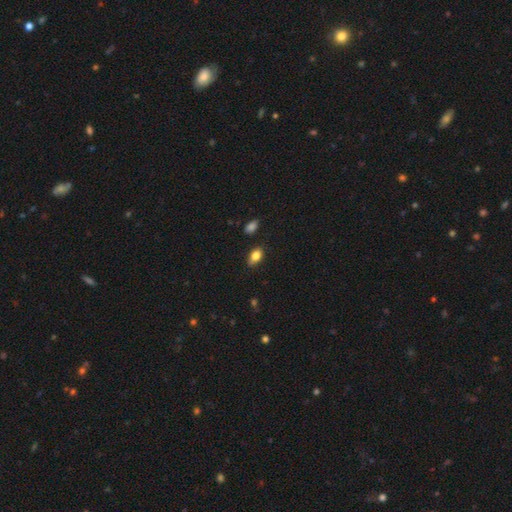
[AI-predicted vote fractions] Overall: smooth (81%). How rounded: in between (87%). Merging: none (80%).